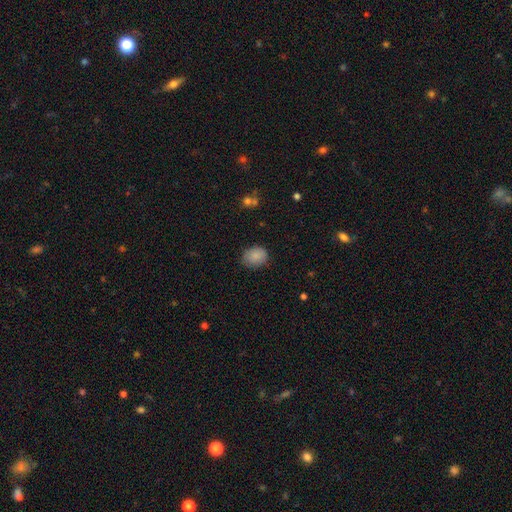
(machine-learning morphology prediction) smooth-or-featured: smooth: 86% | star or artifact: 8% | featured or disk: 6%
  how-rounded: in between: 55% | round: 44% | cigar-shaped: 1%
  merging: none: 75% | minor disturbance: 20% | major disturbance: 4% | merger: 1%